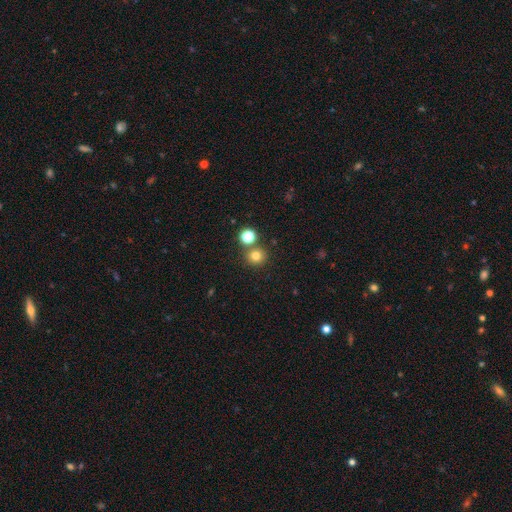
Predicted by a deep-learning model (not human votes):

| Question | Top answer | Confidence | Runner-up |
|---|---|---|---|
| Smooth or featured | smooth | 77% | star or artifact (16%) |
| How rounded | round | 90% | in between (9%) |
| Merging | none | 75% | merger (16%) |